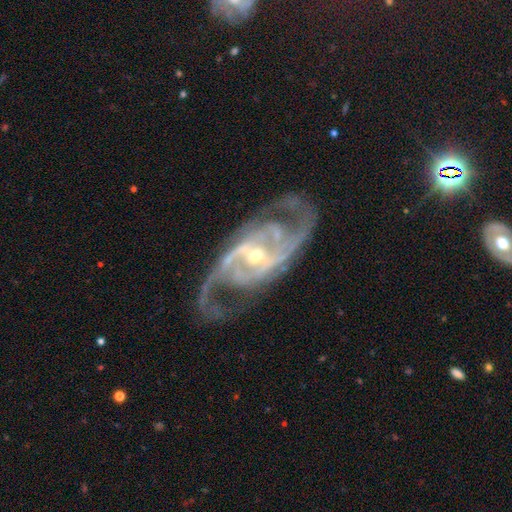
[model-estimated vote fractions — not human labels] featured or disk 92%, star or artifact 5%, smooth 3%. Down the decision tree: edge-on disk — no (96%); bar — weak (38%); spiral arms — yes (98%); spiral arm count — 2 (78%); spiral winding — medium (56%); bulge size — small (59%); merging — none (72%).